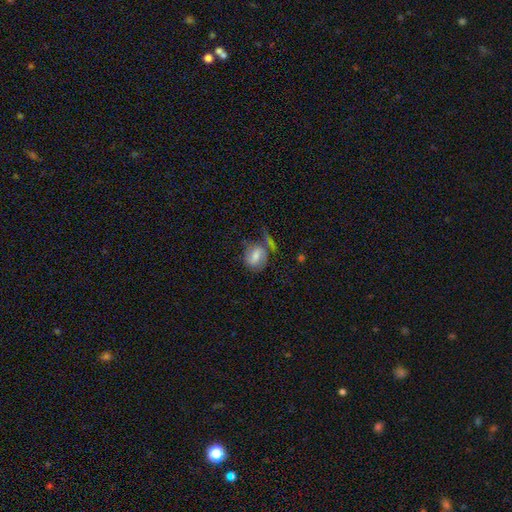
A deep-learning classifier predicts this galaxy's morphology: smooth 64%, featured or disk 26%, star or artifact 10%. Down the decision tree: how rounded — in between (57%); merging — none (45%).